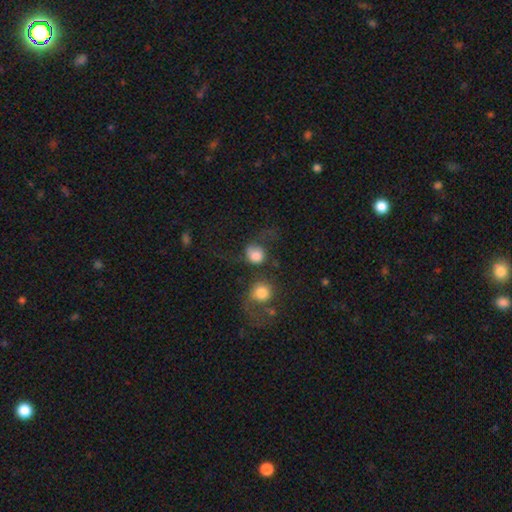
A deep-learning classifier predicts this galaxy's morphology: The model was most divided on "merging" (2-way tie): major disturbance: 29%, none: 29%, merger: 26%, minor disturbance: 16%. More confident: how rounded — round (78%); smooth or featured — smooth (73%).